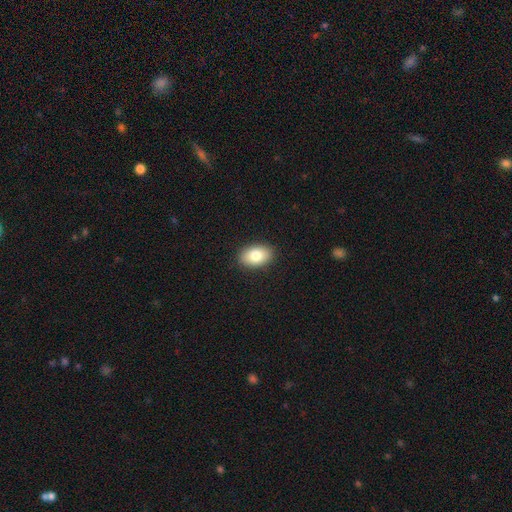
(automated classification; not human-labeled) The model was most divided on "smooth or featured": smooth: 80%, featured or disk: 12%, star or artifact: 7%. More confident: merging — none (90%); how rounded — in between (89%).